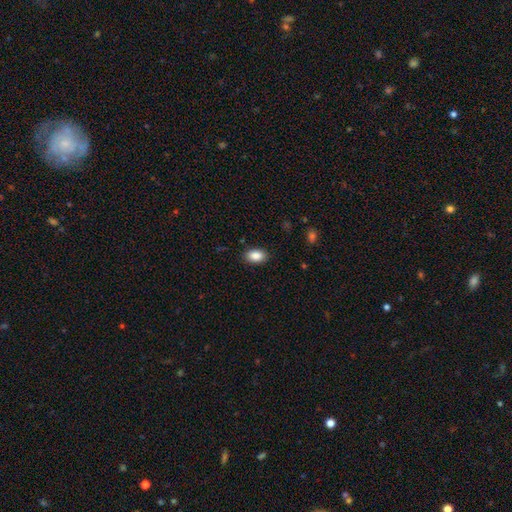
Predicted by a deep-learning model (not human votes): smooth 88%, star or artifact 8%, featured or disk 4%. Down the decision tree: how rounded — in between (88%); merging — none (87%).